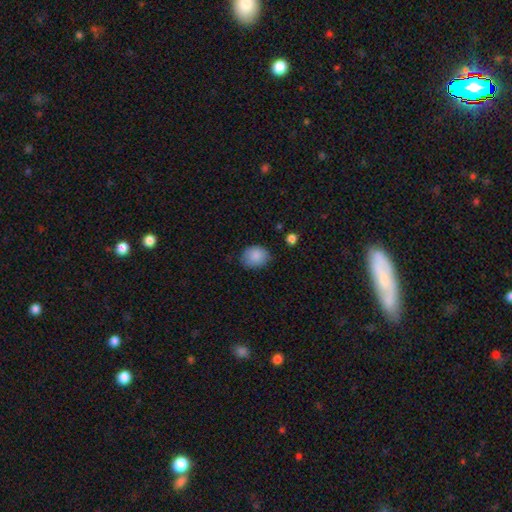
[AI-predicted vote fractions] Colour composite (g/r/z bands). It shows a smooth galaxy with no disk features (87%) that is in between round and cigar-shaped (50%). Merging: none (74%).